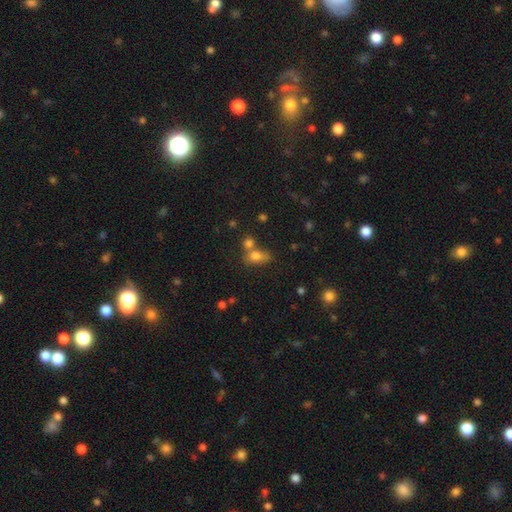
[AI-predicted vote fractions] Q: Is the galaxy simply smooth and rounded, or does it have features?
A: smooth — 75%.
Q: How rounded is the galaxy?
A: in between — 76%.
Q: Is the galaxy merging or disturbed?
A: merger — 40%.